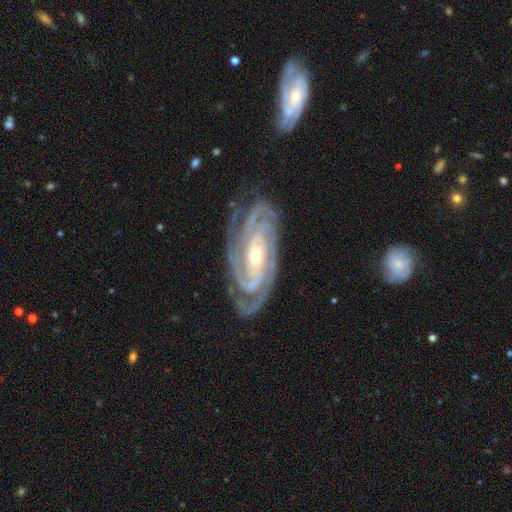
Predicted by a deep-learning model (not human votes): Smooth or featured?
  - featured or disk: 93% *
  - star or artifact: 4%
  - smooth: 3%
Edge-on disk?
  - no: 96% *
  - yes: 4%
Bar?
  - no: 44% *
  - weak: 31%
  - strong: 25%
Spiral arms?
  - yes: 99% *
  - no: 1%
Spiral winding?
  - tight: 79% *
  - medium: 19%
  - loose: 2%
Spiral arm count?
  - 3: 34% *
  - 4: 27%
  - 2: 16%
  - can't tell: 10%
  - more than 4: 7%
  - 1: 5%
Bulge size?
  - moderate: 50% *
  - small: 46%
  - large: 2%
  - none: 1%
  - dominant: 1%
Merging?
  - none: 79% *
  - minor disturbance: 15%
  - major disturbance: 4%
  - merger: 2%